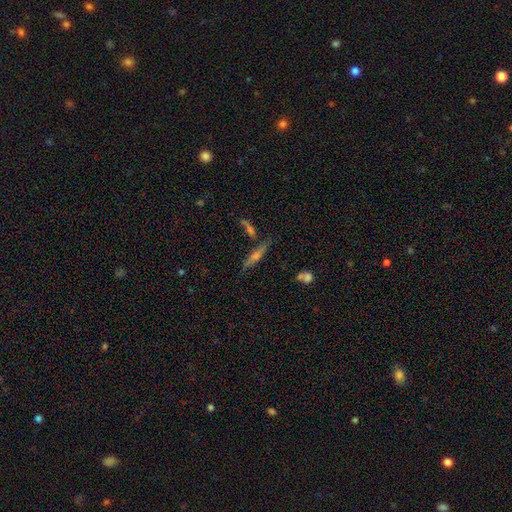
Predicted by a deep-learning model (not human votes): Morphology: type=featured or disk (57%); edge-on=yes (91%); edge-on bulge=rounded (74%); merging=none (73%).